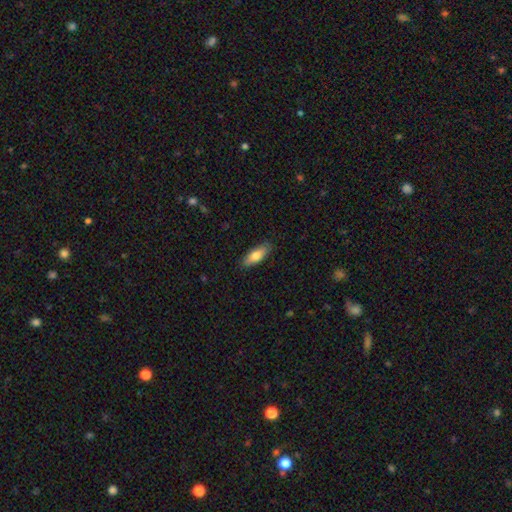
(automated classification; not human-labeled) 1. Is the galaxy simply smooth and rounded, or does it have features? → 74% smooth, 20% featured or disk, 6% star or artifact.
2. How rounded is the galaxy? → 61% in between, 37% cigar-shaped, 2% round.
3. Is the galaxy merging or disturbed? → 87% none, 10% minor disturbance, 2% major disturbance, 1% merger.